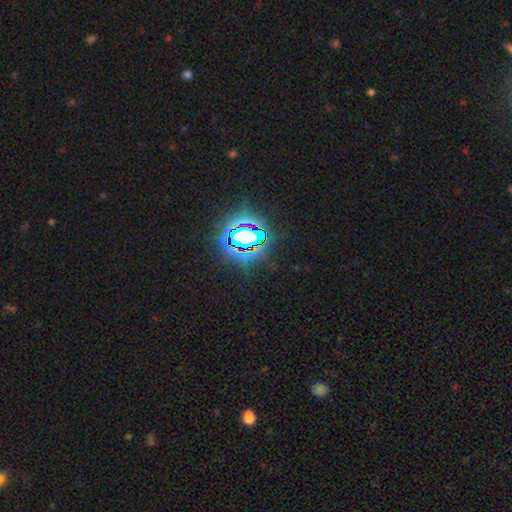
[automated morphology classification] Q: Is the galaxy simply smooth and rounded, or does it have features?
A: star or artifact — 83%.